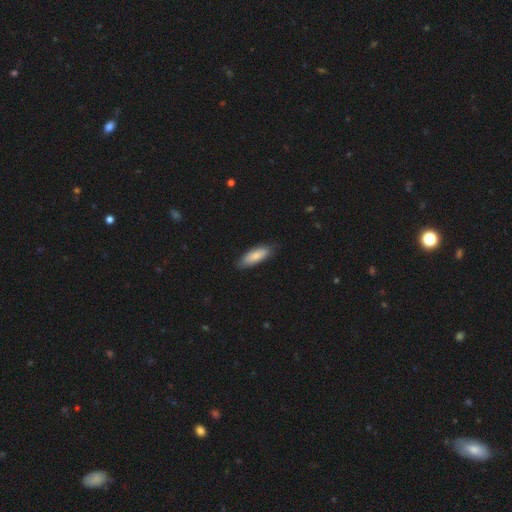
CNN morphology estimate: smooth_or_featured: smooth (p=0.84) [alt: featured or disk p=0.10]
how_rounded: in between (p=0.59) [alt: cigar-shaped p=0.40]
merging: none (p=0.84) [alt: minor disturbance p=0.13]